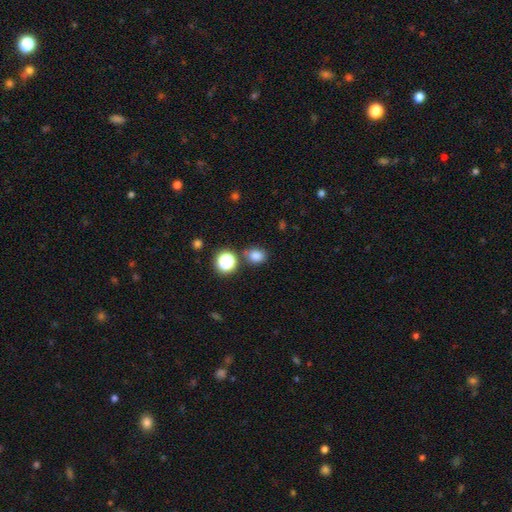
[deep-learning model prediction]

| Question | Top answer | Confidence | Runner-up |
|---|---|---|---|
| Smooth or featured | smooth | 79% | star or artifact (16%) |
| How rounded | round | 56% | in between (43%) |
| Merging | none | 76% | minor disturbance (12%) |